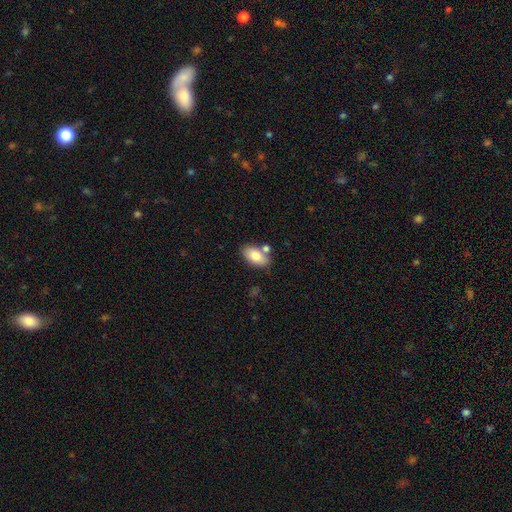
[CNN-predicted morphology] Overall: smooth (80%). How rounded: in between (92%). Merging: none (69%).